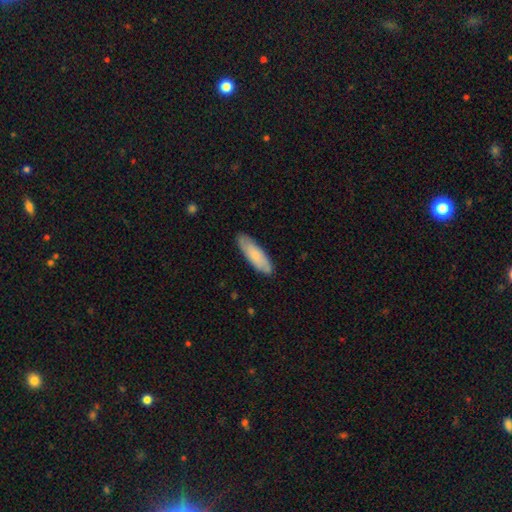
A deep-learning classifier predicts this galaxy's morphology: A smooth galaxy with no disk features (75%) that is cigar-shaped (51%).

Vote fractions:
- Smooth or featured? smooth: 75% / featured or disk: 20% / star or artifact: 5%
- How rounded? cigar-shaped: 51% / in between: 47% / round: 2%
- Merging? none: 86% / minor disturbance: 11% / major disturbance: 2% / merger: 1%